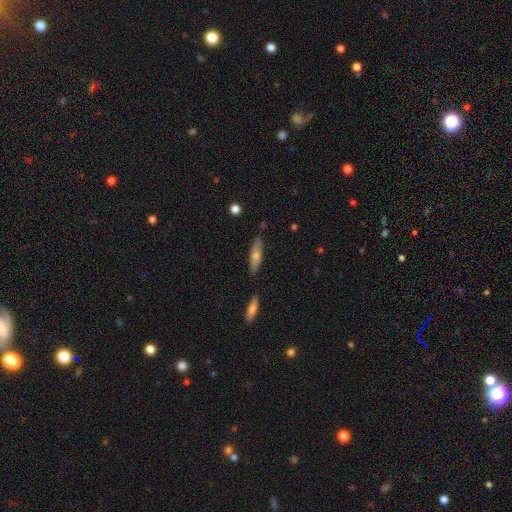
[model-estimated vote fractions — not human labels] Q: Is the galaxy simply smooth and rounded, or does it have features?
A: smooth — 52%.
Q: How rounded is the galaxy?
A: cigar-shaped — 71%.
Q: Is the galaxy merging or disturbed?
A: none — 81%.